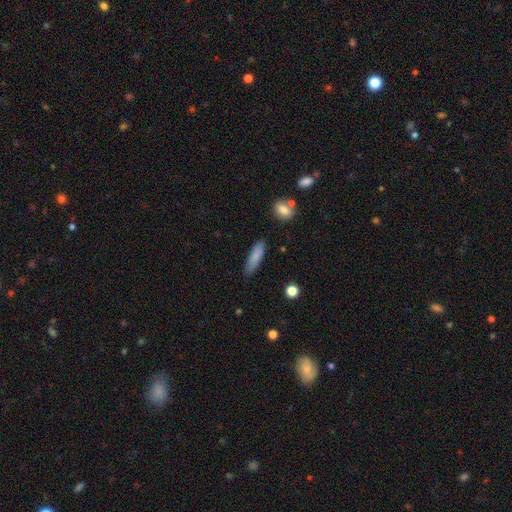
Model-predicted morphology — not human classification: Smooth or featured?
  - smooth: 82% *
  - featured or disk: 11%
  - star or artifact: 7%
How rounded?
  - cigar-shaped: 67% *
  - in between: 31%
  - round: 2%
Merging?
  - none: 83% *
  - minor disturbance: 13%
  - major disturbance: 3%
  - merger: 2%